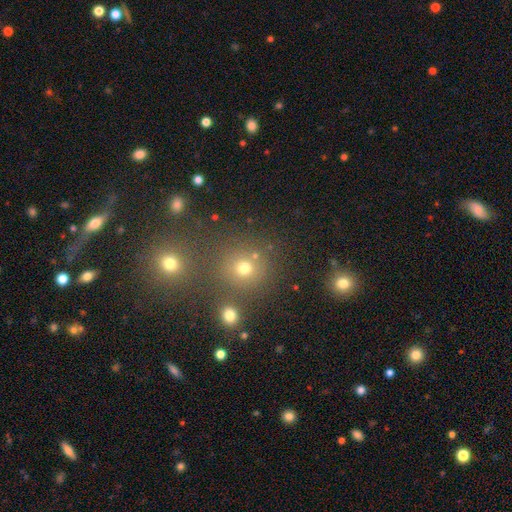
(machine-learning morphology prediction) The model was most divided on "smooth or featured": smooth: 64%, star or artifact: 29%, featured or disk: 7%. More confident: how rounded — round (91%); merging — none (77%).